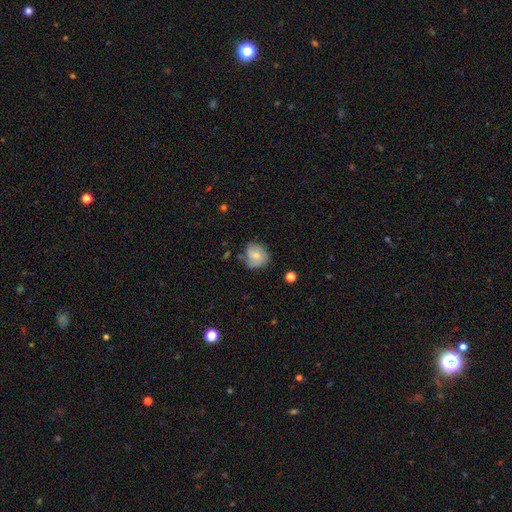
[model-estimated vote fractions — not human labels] Overall: smooth (58%; featured or disk 34%). How rounded: round (72%). Merging: none (59%; minor disturbance 28%).